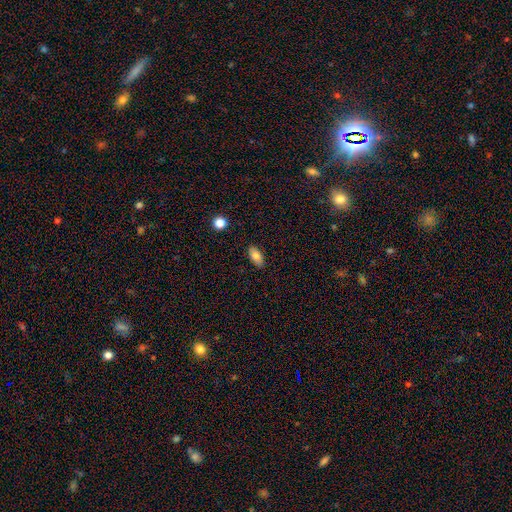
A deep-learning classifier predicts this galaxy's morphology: smooth 81%, featured or disk 11%, star or artifact 8%. Down the decision tree: how rounded — in between (89%); merging — none (86%).